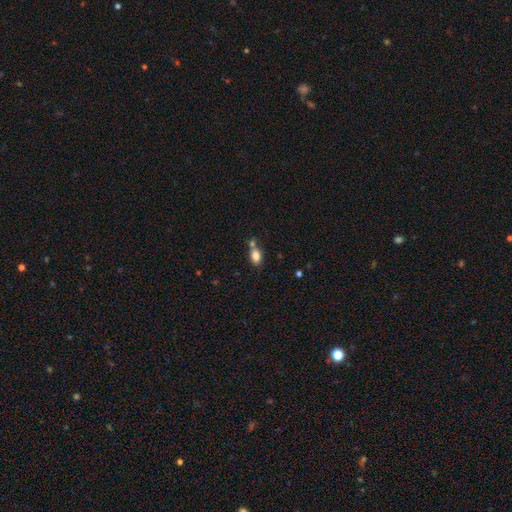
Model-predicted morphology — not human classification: smooth_or_featured: smooth (p=0.82) [alt: star or artifact p=0.09]
how_rounded: in between (p=0.83) [alt: round p=0.14]
merging: none (p=0.55) [alt: merger p=0.26]